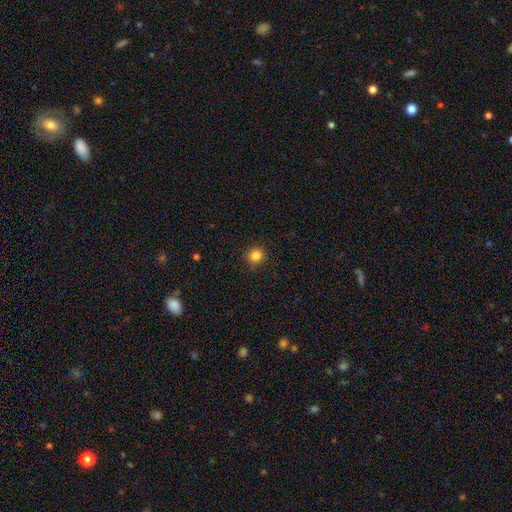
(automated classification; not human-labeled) Morphology: type=smooth (85%); roundness=round (90%); merging=none (89%).